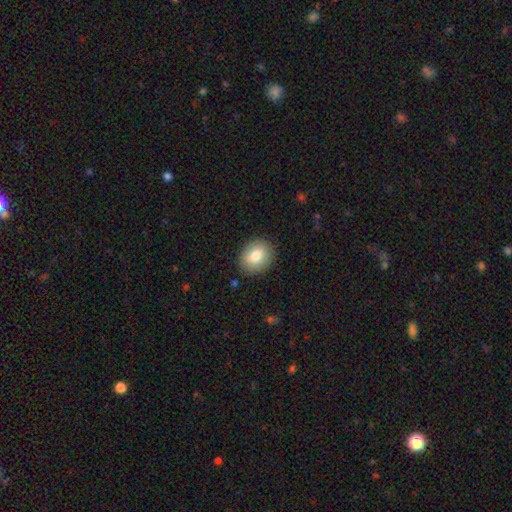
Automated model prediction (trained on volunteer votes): The model was most divided on "how rounded": round: 65%, in between: 34%, cigar-shaped: 1%. More confident: merging — none (87%); smooth or featured — smooth (80%).